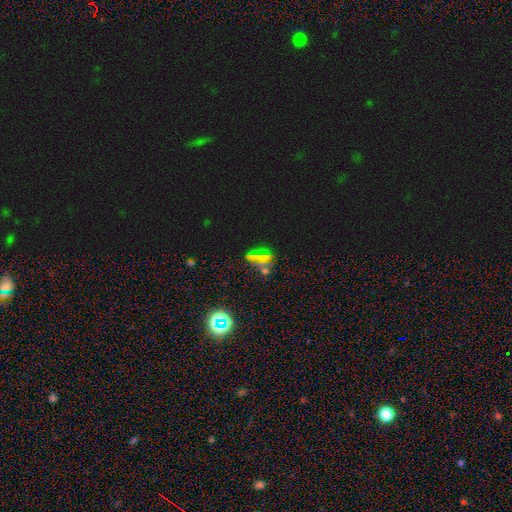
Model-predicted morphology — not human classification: Smooth or featured?
  - star or artifact: 62% *
  - smooth: 26%
  - featured or disk: 12%